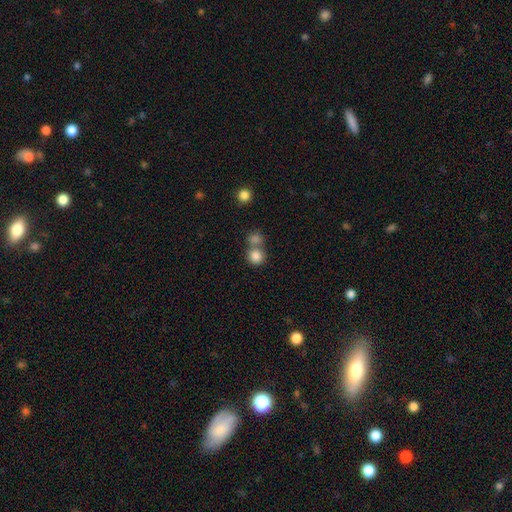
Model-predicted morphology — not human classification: type=smooth (83%); roundness=round (87%); merging=none (49%).